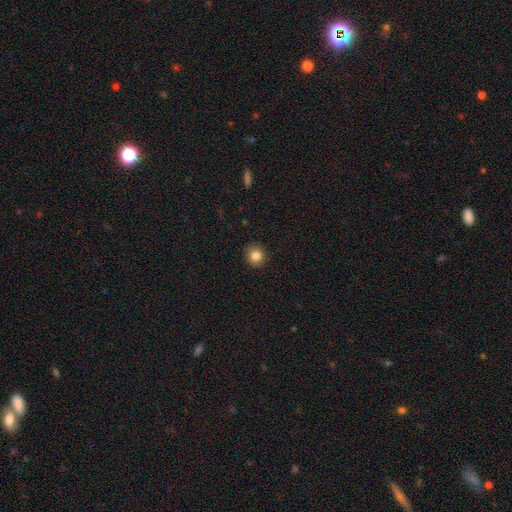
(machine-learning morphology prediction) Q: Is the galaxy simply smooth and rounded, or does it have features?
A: smooth — 83%.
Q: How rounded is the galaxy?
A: round — 89%.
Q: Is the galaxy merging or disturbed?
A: none — 92%.